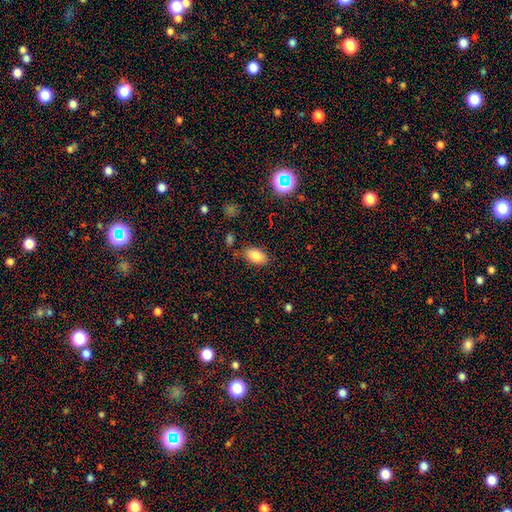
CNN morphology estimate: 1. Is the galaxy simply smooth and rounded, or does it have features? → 82% smooth, 9% star or artifact, 9% featured or disk.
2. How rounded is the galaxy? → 91% in between, 7% round, 2% cigar-shaped.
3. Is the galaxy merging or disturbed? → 78% none, 15% minor disturbance, 4% major disturbance, 4% merger.